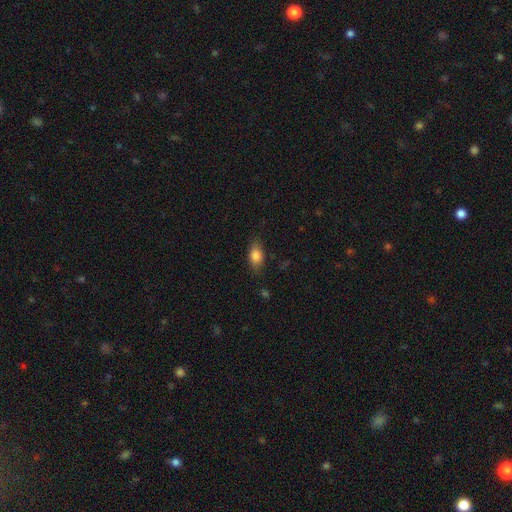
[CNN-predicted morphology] A smooth galaxy with no disk features (82%) that is in between round and cigar-shaped (85%).

Vote fractions:
- Smooth or featured? smooth: 82% / featured or disk: 10% / star or artifact: 8%
- How rounded? in between: 85% / round: 9% / cigar-shaped: 6%
- Merging? none: 80% / minor disturbance: 15% / major disturbance: 4% / merger: 1%